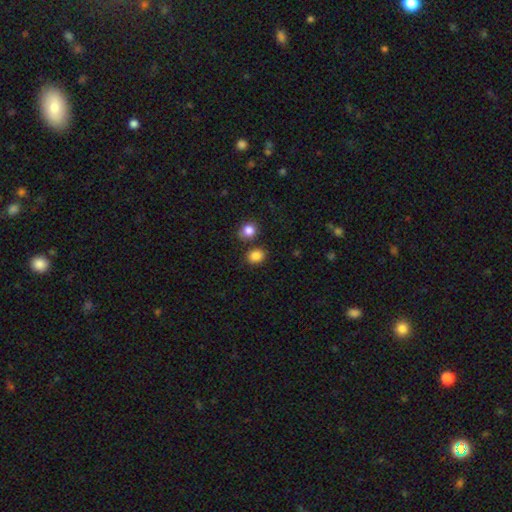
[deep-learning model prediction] Overall: smooth (86%). How rounded: round (59%; in between 40%). Merging: none (77%).